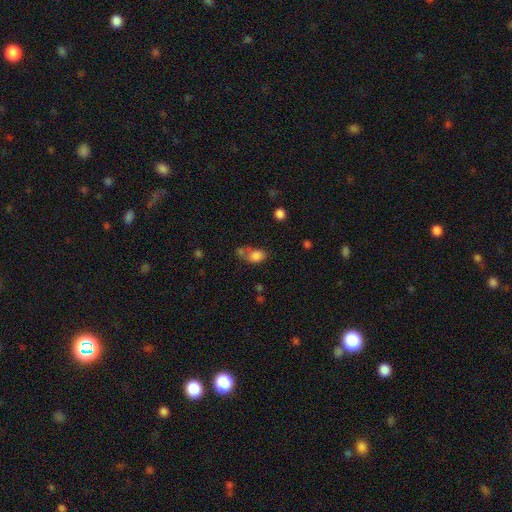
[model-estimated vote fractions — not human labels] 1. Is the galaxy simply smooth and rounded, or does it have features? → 81% smooth, 11% star or artifact, 8% featured or disk.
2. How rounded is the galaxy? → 78% in between, 20% round, 2% cigar-shaped.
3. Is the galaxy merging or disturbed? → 41% none, 31% merger, 18% minor disturbance, 9% major disturbance.